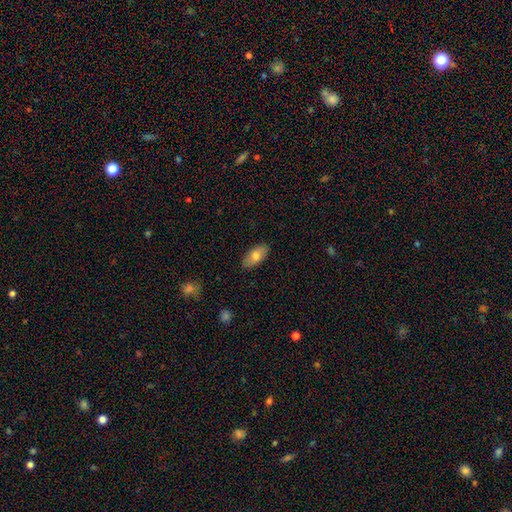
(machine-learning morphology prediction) smooth_or_featured: smooth (p=0.76) [alt: featured or disk p=0.18]
how_rounded: in between (p=0.91) [alt: cigar-shaped p=0.06]
merging: none (p=0.88) [alt: minor disturbance p=0.10]